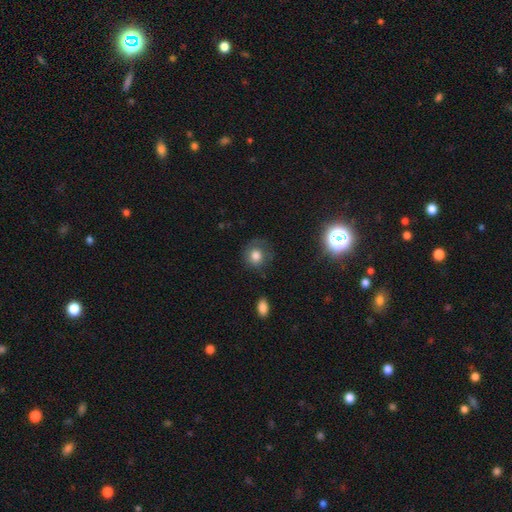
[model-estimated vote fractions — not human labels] Smooth or featured: smooth — 74% (featured or disk — 14%)
How rounded: round — 79% (in between — 20%)
Merging: none — 66% (minor disturbance — 20%)